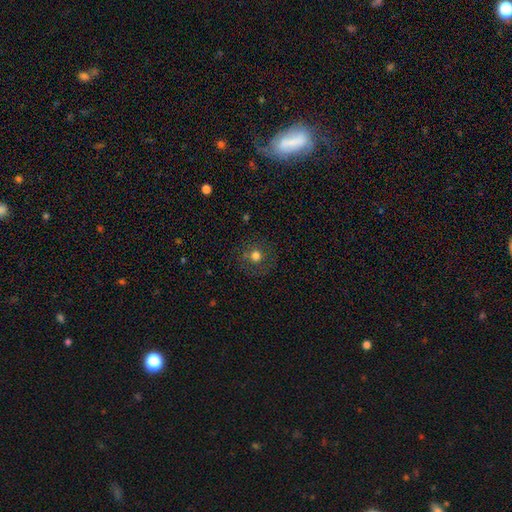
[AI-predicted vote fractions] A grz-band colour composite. It shows a smooth galaxy with no disk features (69%) that is round (92%). Merging: none (81%).